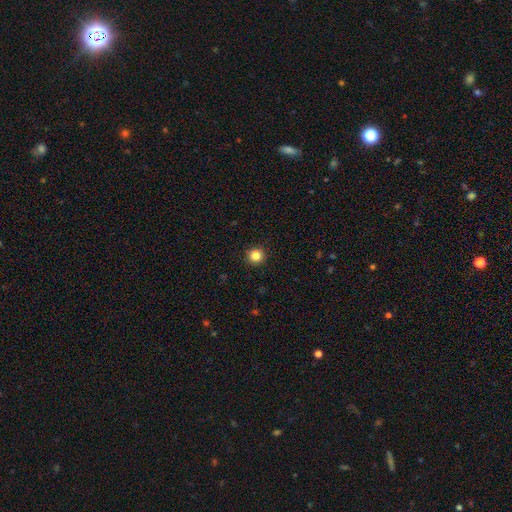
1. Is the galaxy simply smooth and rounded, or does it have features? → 79% smooth, 13% featured or disk, 8% star or artifact.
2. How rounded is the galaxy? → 93% round, 7% in between, 0% cigar-shaped.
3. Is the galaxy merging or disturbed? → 97% none, 3% minor disturbance, 0% major disturbance, 0% merger.